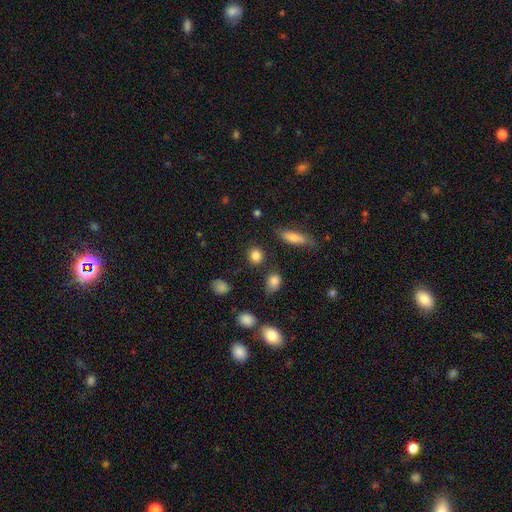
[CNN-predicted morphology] A smooth galaxy with no disk features (84%) that is round (80%). Merging: none (85%).